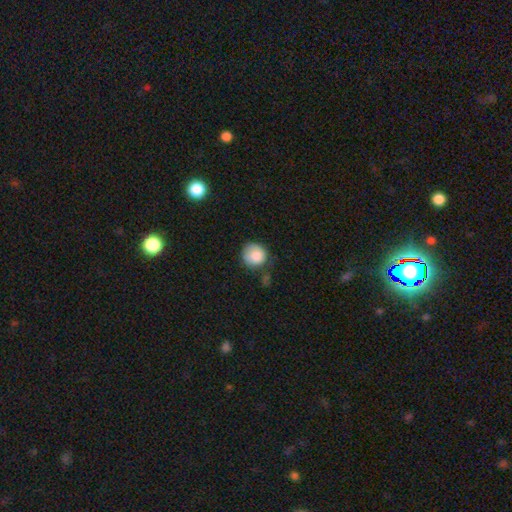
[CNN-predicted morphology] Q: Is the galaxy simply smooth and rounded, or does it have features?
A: smooth — 85%.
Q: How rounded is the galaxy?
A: round — 90%.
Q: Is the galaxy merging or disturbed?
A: none — 60%.